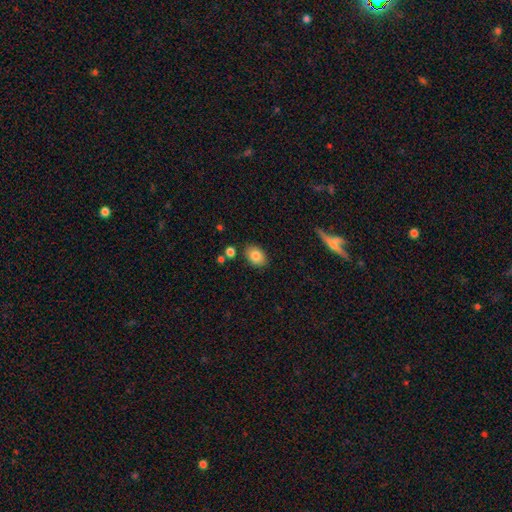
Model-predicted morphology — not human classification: A smooth galaxy with no disk features (83%) that is in between round and cigar-shaped (76%). Merging: none (84%).